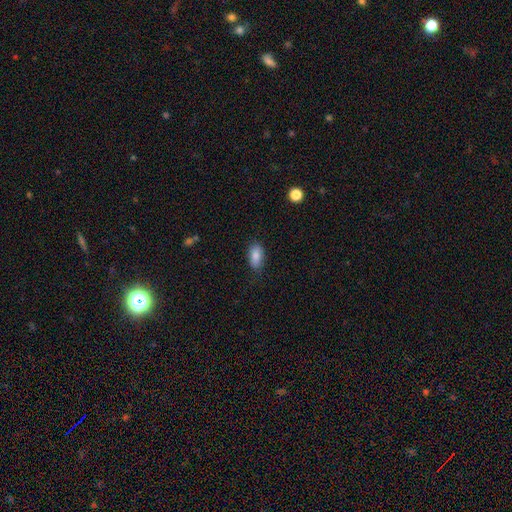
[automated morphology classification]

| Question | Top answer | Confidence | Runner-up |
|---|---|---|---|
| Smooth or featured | smooth | 85% | star or artifact (8%) |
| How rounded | in between | 91% | round (5%) |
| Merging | none | 78% | minor disturbance (17%) |